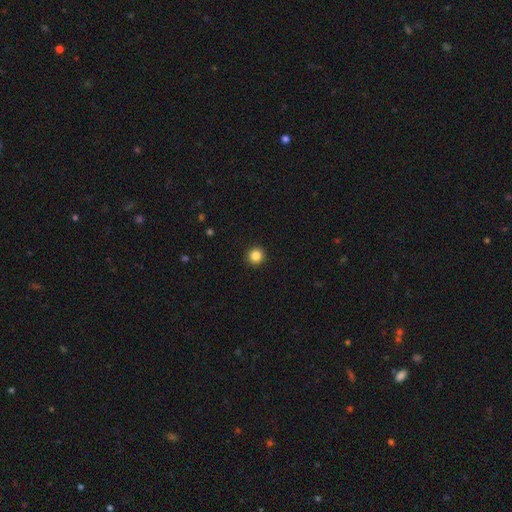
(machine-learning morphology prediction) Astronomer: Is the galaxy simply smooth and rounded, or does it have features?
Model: smooth — 86%.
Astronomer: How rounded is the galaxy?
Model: round — 95%.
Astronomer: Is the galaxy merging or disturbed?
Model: none — 94%.